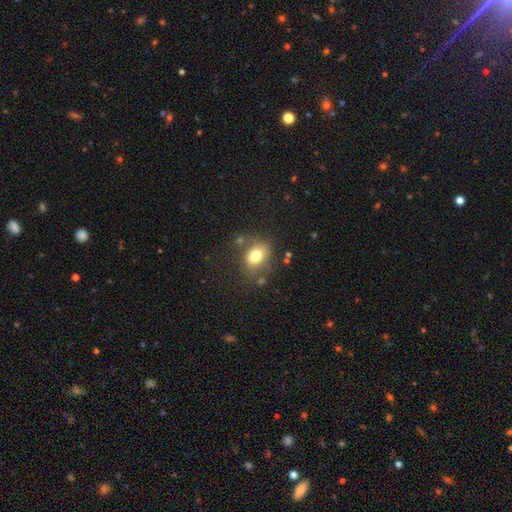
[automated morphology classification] This is likely a smooth galaxy (77%). How rounded: possibly in between (53%). Merging: likely none (71%).